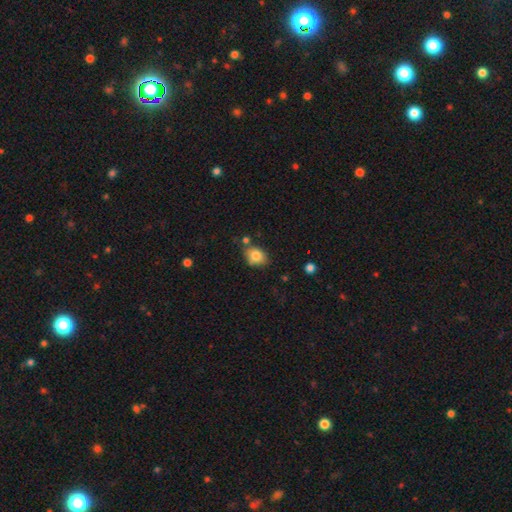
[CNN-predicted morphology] smooth_or_featured: smooth (p=0.80) [alt: featured or disk p=0.10]
how_rounded: in between (p=0.60) [alt: round p=0.39]
merging: none (p=0.65) [alt: minor disturbance p=0.21]